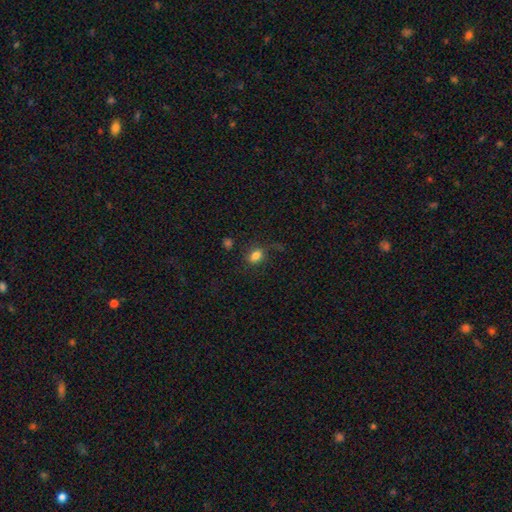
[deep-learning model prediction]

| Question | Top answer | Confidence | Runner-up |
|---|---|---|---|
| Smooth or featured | smooth | 81% | star or artifact (11%) |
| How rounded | in between | 72% | round (27%) |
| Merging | none | 69% | minor disturbance (17%) |